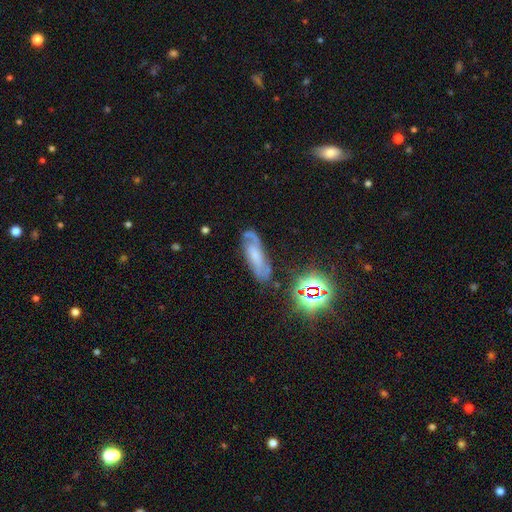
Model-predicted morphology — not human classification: Smooth or featured? featured or disk (63%)
Edge-on disk? no (86%)
Bar? no (53%)
Spiral arms? yes (90%)
Bulge size? small (45%)
Merging? none (67%)